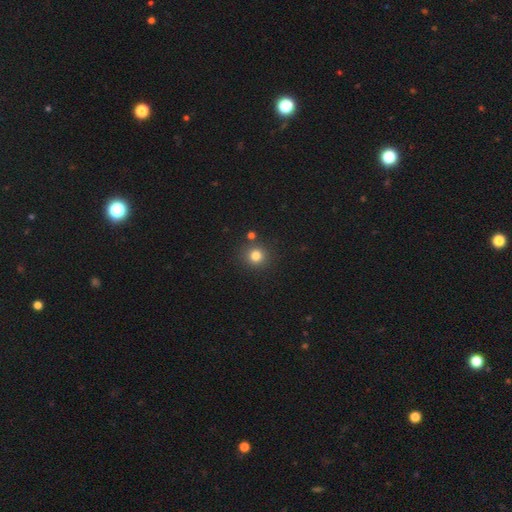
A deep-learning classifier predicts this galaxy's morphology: This is likely a smooth galaxy (80%). How rounded: clearly round (91%). Merging: clearly none (85%).